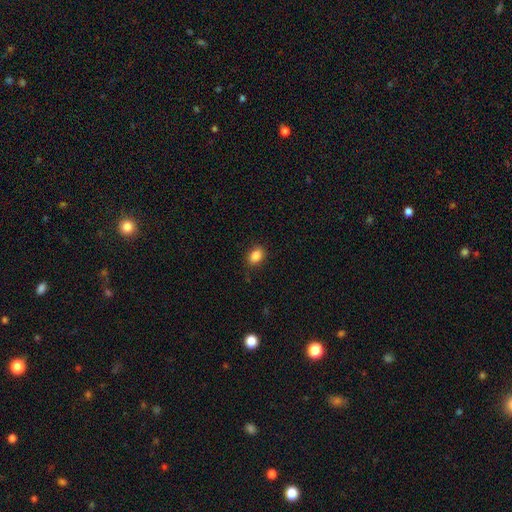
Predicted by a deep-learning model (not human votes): Smooth or featured: smooth — 87% (star or artifact — 9%)
How rounded: in between — 75% (round — 23%)
Merging: none — 86% (minor disturbance — 10%)